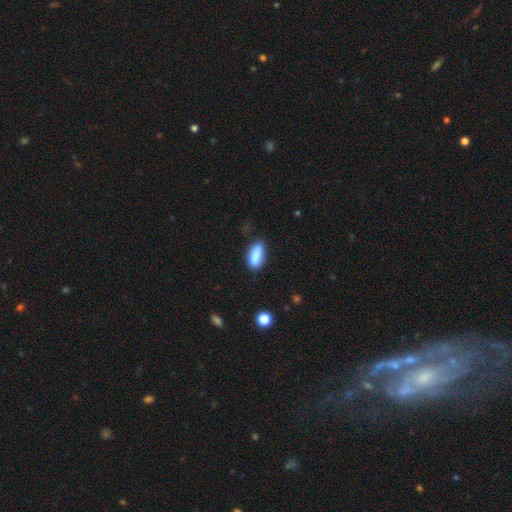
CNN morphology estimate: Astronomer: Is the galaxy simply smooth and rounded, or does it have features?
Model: smooth — 85%.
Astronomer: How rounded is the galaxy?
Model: in between — 74%.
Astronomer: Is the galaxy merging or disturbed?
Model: none — 72%.